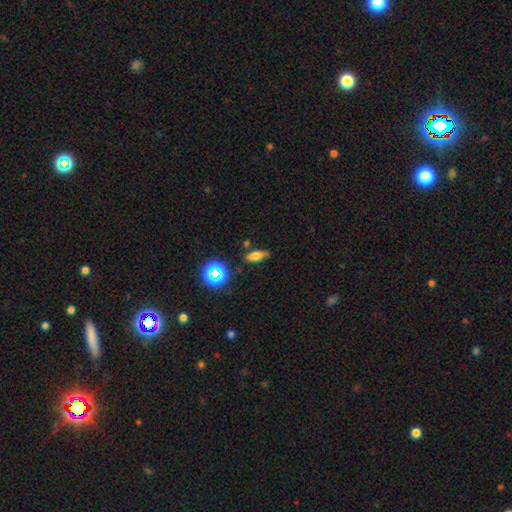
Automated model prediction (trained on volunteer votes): smooth-or-featured: smooth: 68% | featured or disk: 17% | star or artifact: 15%
  how-rounded: in between: 63% | cigar-shaped: 29% | round: 8%
  merging: none: 75% | minor disturbance: 17% | merger: 4% | major disturbance: 4%